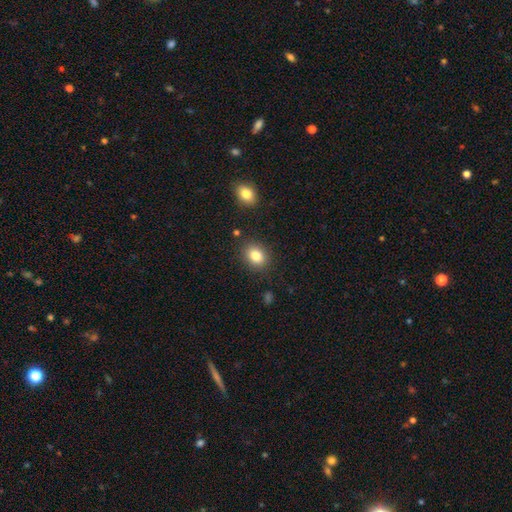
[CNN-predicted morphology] type=smooth (83%); roundness=round (50%); merging=none (85%).